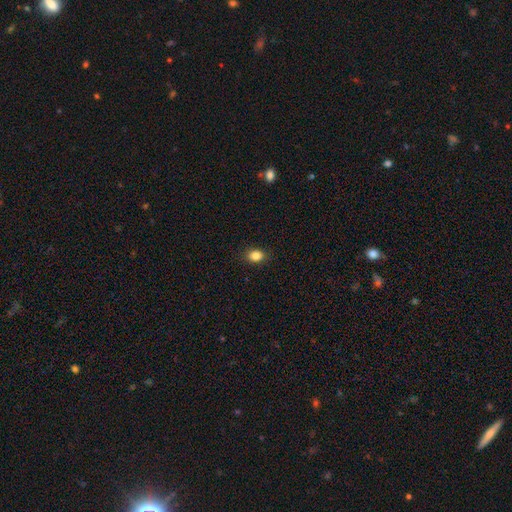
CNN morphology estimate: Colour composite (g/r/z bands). It shows a smooth galaxy with no disk features (86%) that is in between round and cigar-shaped (65%). Merging: none (88%).